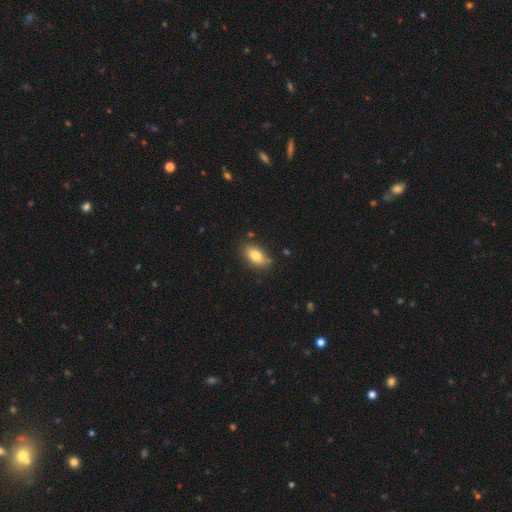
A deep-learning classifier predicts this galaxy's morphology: smooth_or_featured: smooth (p=0.79) [alt: featured or disk p=0.13]
how_rounded: in between (p=0.89) [alt: round p=0.07]
merging: none (p=0.80) [alt: minor disturbance p=0.14]